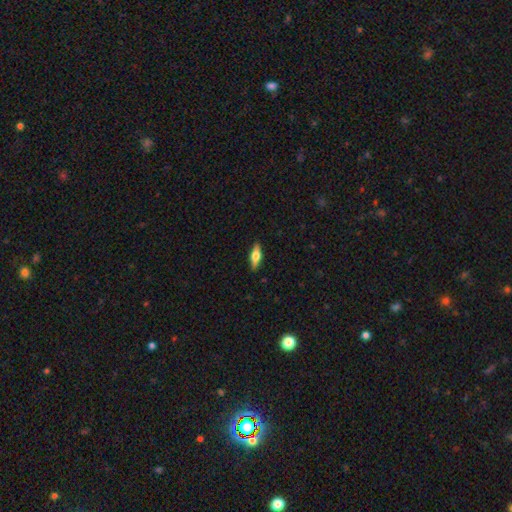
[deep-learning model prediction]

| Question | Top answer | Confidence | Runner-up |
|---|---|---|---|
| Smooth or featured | featured or disk | 47% | tied: smooth (47%) |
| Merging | none | 89% | minor disturbance (8%) |